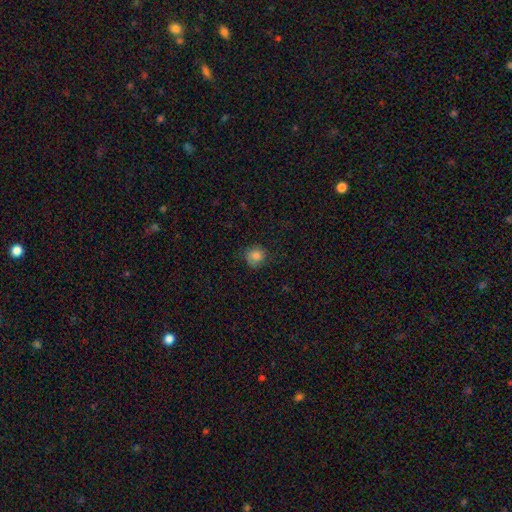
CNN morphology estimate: smooth_or_featured: smooth (p=0.83) [alt: star or artifact p=0.10]
how_rounded: round (p=0.87) [alt: in between p=0.13]
merging: none (p=0.75) [alt: minor disturbance p=0.18]